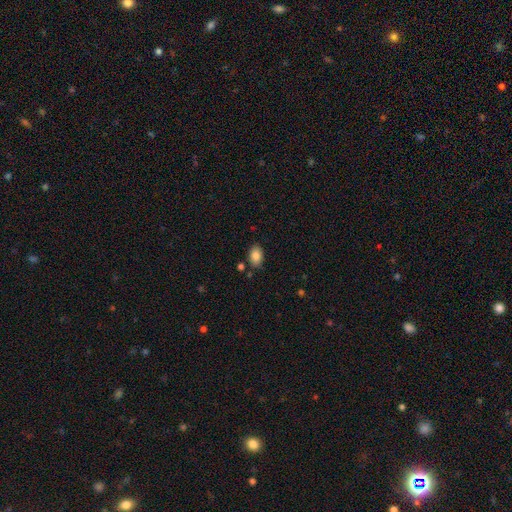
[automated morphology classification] smooth-or-featured: smooth: 85% | star or artifact: 8% | featured or disk: 7%
  how-rounded: in between: 87% | round: 12% | cigar-shaped: 1%
  merging: none: 82% | minor disturbance: 12% | merger: 4% | major disturbance: 3%